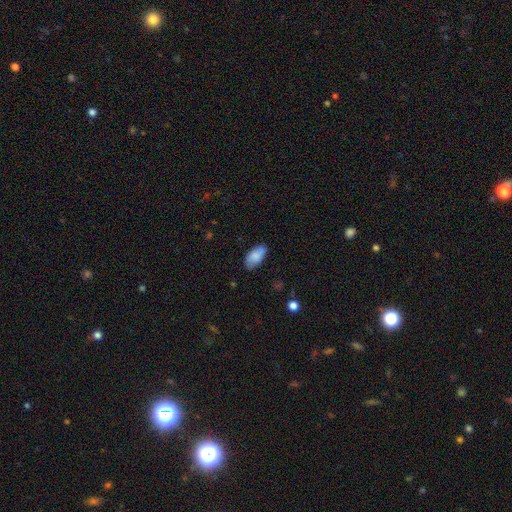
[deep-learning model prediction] Smooth or featured? smooth (81%)
How rounded? in between (94%)
Merging? none (75%)